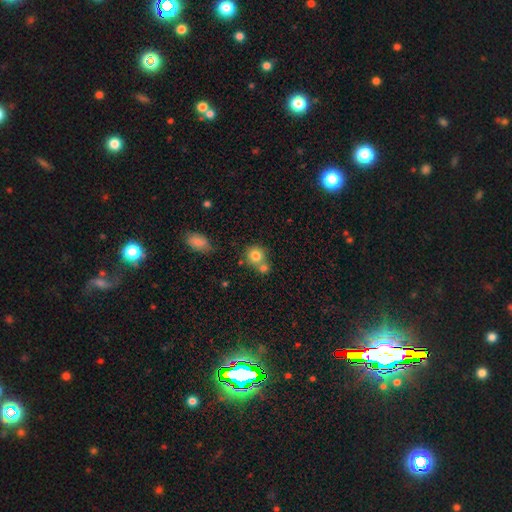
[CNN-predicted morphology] smooth-or-featured: smooth: 79% | featured or disk: 10% | star or artifact: 10%
  how-rounded: round: 83% | in between: 16% | cigar-shaped: 1%
  merging: none: 51% | merger: 36% | minor disturbance: 10% | major disturbance: 3%